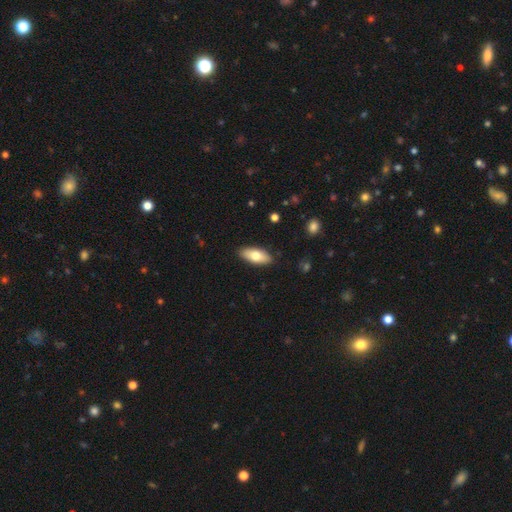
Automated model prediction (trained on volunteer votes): Smooth or featured? Predicted: smooth (p=0.71). How rounded? Predicted: in between (p=0.83). Merging? Predicted: none (p=0.88).